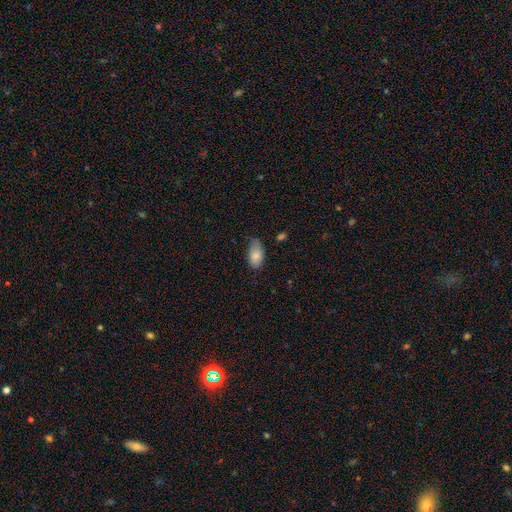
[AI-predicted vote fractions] Smooth or featured: smooth — 83% (featured or disk — 10%)
How rounded: in between — 93% (round — 5%)
Merging: none — 54% (minor disturbance — 37%)